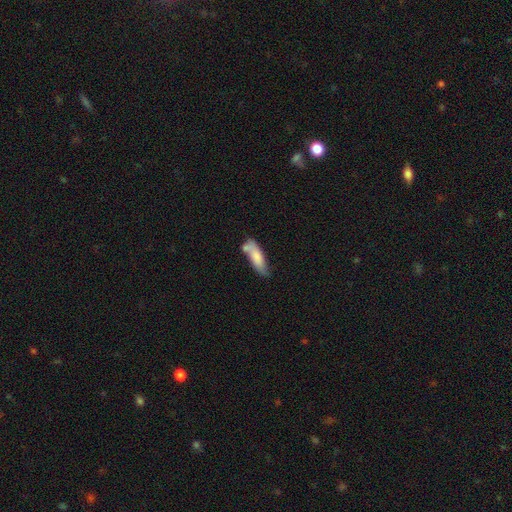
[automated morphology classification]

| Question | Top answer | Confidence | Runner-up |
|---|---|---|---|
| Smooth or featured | smooth | 72% | featured or disk (22%) |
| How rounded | in between | 54% | cigar-shaped (44%) |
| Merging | none | 42% | minor disturbance (26%) |